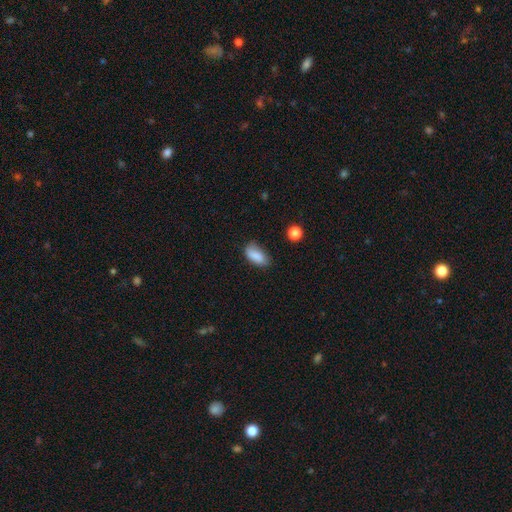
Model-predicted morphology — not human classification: Smooth or featured: smooth — 86% (star or artifact — 8%)
How rounded: in between — 90% (cigar-shaped — 7%)
Merging: none — 61% (minor disturbance — 30%)